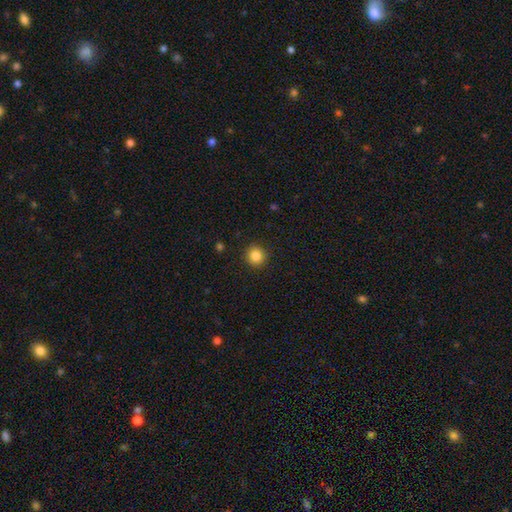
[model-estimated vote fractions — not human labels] The model was most divided on "smooth or featured": smooth: 85%, star or artifact: 10%, featured or disk: 4%. More confident: how rounded — round (93%); merging — none (91%).